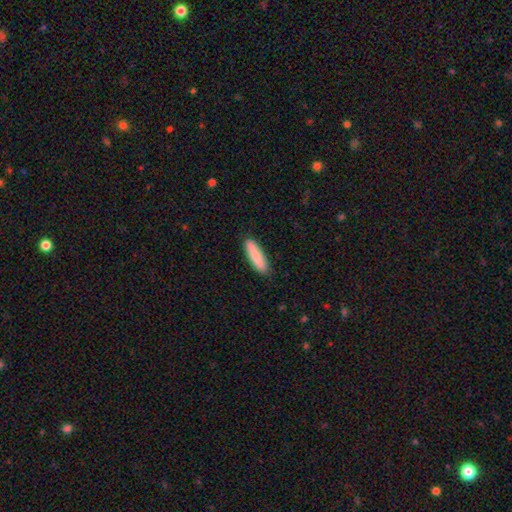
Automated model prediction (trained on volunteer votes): A smooth galaxy with no disk features (83%) that is cigar-shaped (68%). Merging: none (87%).